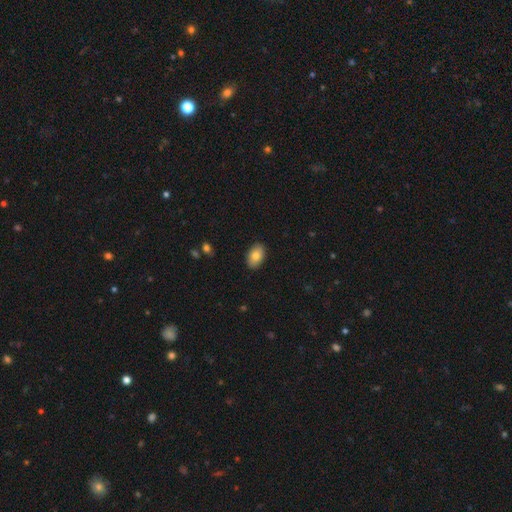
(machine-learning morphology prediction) smooth_or_featured: smooth (p=0.80) [alt: featured or disk p=0.13]
how_rounded: in between (p=0.91) [alt: round p=0.08]
merging: none (p=0.88) [alt: minor disturbance p=0.09]